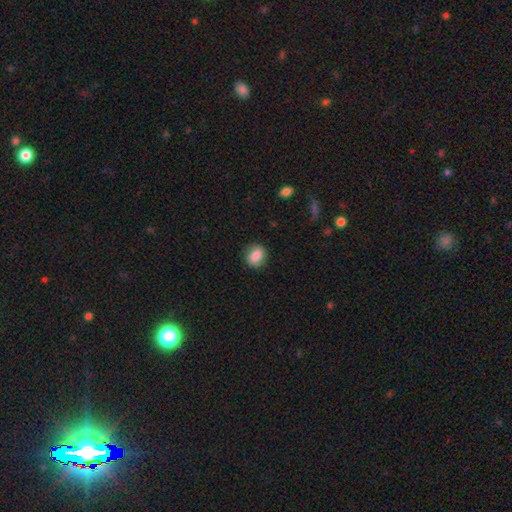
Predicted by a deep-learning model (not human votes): Q: Smooth or featured?
A: smooth (84%); runner-up: star or artifact (8%)
Q: How rounded?
A: round (63%); runner-up: in between (36%)
Q: Merging?
A: none (85%); runner-up: minor disturbance (11%)